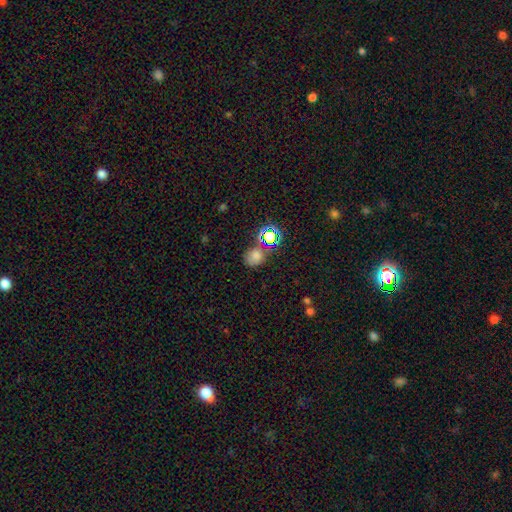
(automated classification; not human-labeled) Smooth or featured: smooth — 63% (star or artifact — 29%)
How rounded: round — 63% (in between — 36%)
Merging: none — 70% (minor disturbance — 14%)